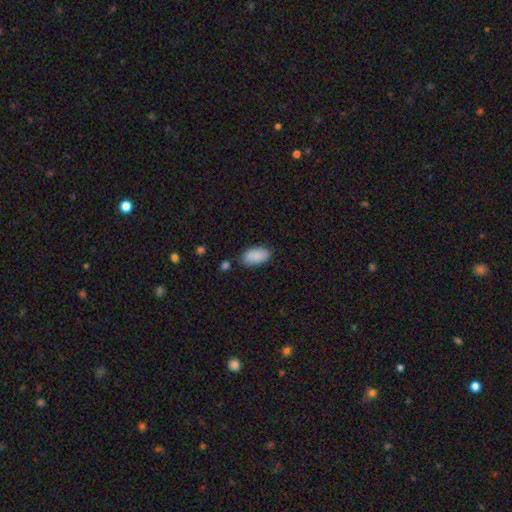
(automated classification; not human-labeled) A smooth galaxy with no disk features (89%) that is in between round and cigar-shaped (94%). Merging: none (80%).